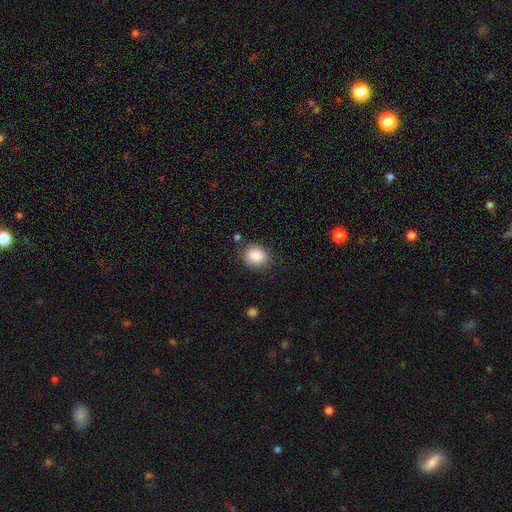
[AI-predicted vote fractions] A smooth galaxy with no disk features (87%) that is round (57%).

Vote fractions:
- Smooth or featured? smooth: 87% / star or artifact: 8% / featured or disk: 5%
- How rounded? round: 57% / in between: 42% / cigar-shaped: 1%
- Merging? none: 83% / minor disturbance: 12% / major disturbance: 3% / merger: 2%